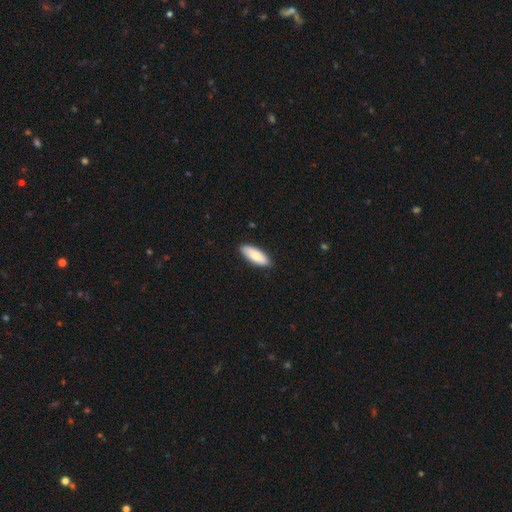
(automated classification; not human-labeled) Smooth or featured: smooth — 83% (featured or disk — 12%)
How rounded: in between — 73% (cigar-shaped — 25%)
Merging: none — 88% (minor disturbance — 9%)